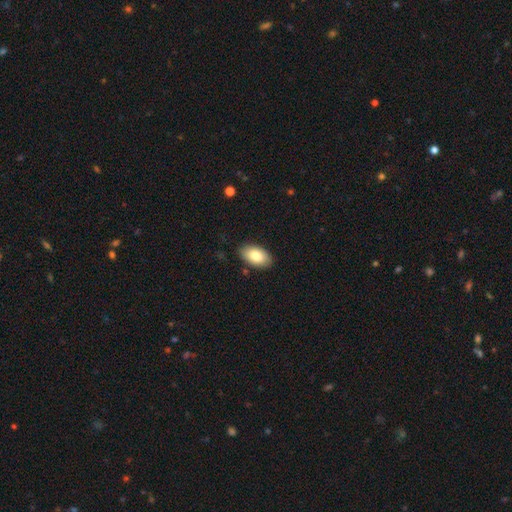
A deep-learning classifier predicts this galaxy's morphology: Smooth or featured: smooth — 83% (featured or disk — 11%)
How rounded: in between — 94% (round — 4%)
Merging: none — 86% (minor disturbance — 11%)